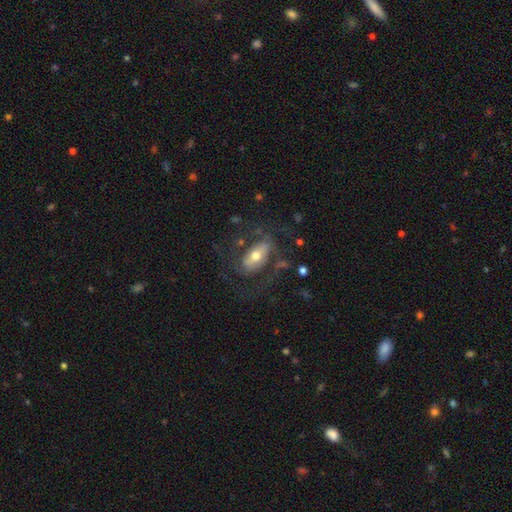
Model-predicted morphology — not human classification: Smooth or featured? featured or disk (63%)
Edge-on disk? no (91%)
Bar? no (41%)
Spiral arms? yes (68%)
Bulge size? moderate (67%)
Merging? none (54%)